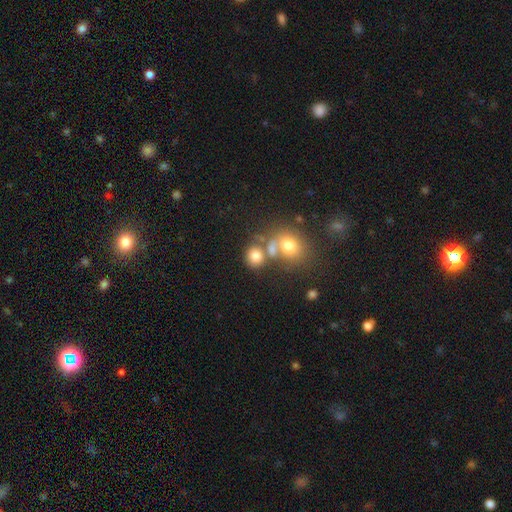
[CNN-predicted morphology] Overall: smooth (76%). How rounded: round (74%). Merging: none (51%; merger 33%).